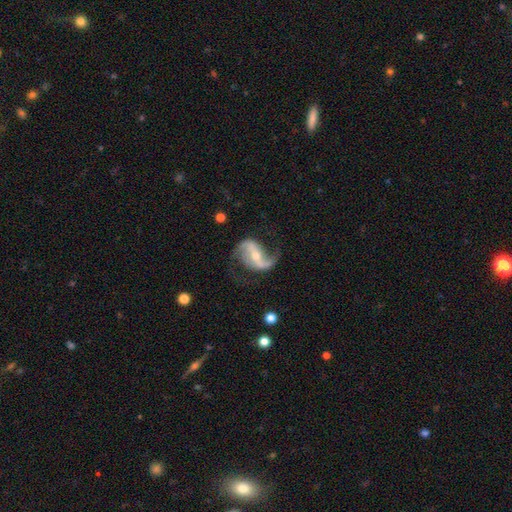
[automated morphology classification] A featured or disk galaxy (90%) with a strong bar (45%), 2 (92%) loose (65%) spiral arms (97%) and a small central bulge (52%). Merging: none (72%).